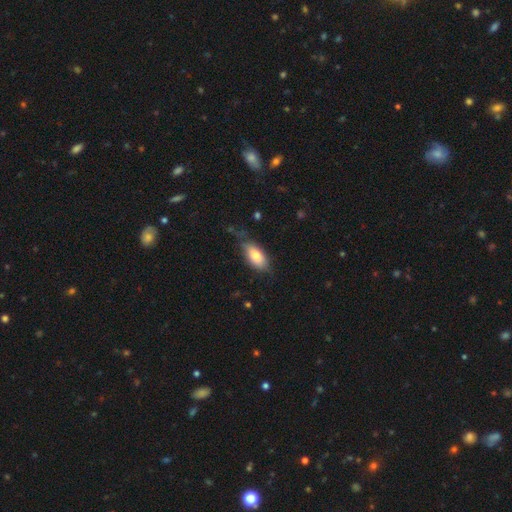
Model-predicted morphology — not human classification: Smooth or featured? Predicted: smooth (p=0.77). How rounded? Predicted: in between (p=0.89). Merging? Predicted: none (p=0.59).